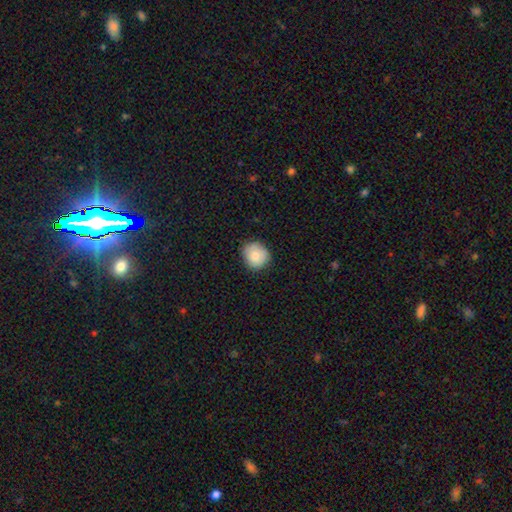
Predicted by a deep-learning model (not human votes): A smooth galaxy with no disk features (80%) that is round (87%). Merging: none (82%).